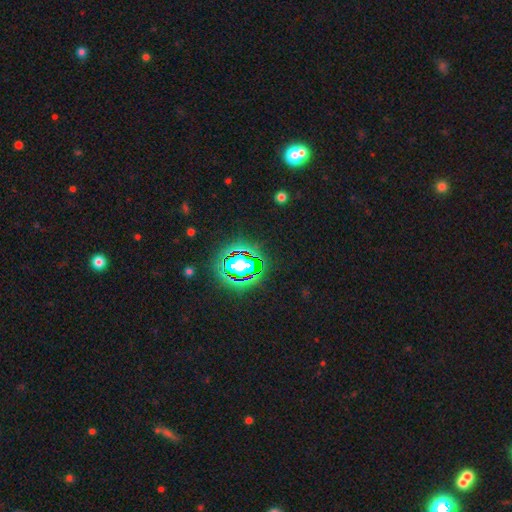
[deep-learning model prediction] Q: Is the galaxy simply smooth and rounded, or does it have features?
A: star or artifact — 84%.